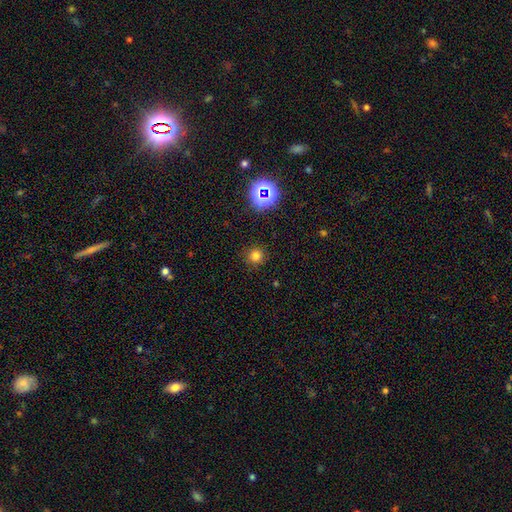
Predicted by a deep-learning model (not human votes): This is likely a smooth galaxy (74%). How rounded: clearly round (93%). Merging: clearly none (89%).